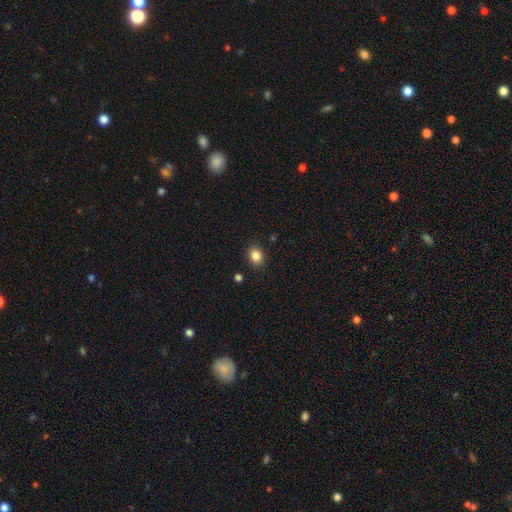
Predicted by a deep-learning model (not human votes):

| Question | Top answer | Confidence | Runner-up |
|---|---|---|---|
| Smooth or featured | smooth | 85% | star or artifact (10%) |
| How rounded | round | 54% | in between (45%) |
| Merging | none | 86% | minor disturbance (9%) |